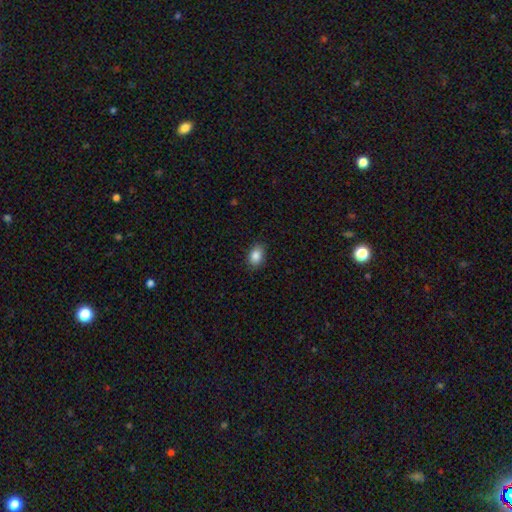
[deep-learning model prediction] This appears to be a smooth galaxy with no disk features (87%) that is in between round and cigar-shaped (80%). Merging: none (87%).